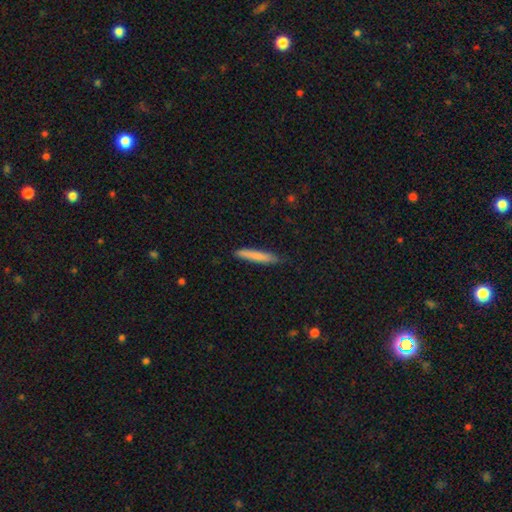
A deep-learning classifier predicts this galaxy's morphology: Smooth or featured? smooth (80%)
How rounded? cigar-shaped (93%)
Merging? none (82%)